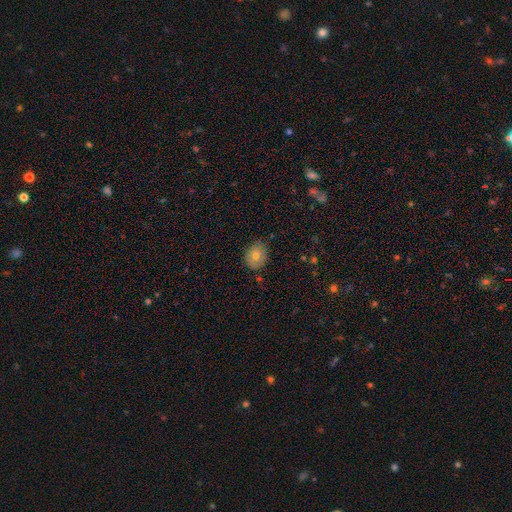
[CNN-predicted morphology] Overall: smooth (71%). How rounded: round (50%; in between 49%). Merging: none (77%).